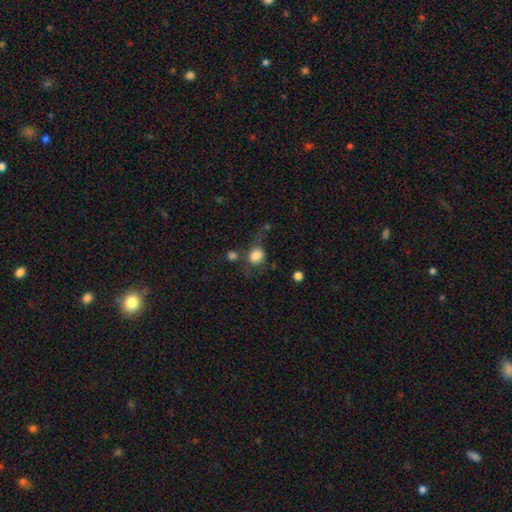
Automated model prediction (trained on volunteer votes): Overall: smooth (78%). How rounded: round (64%; in between 35%). Merging: none (41%; minor disturbance 22%).